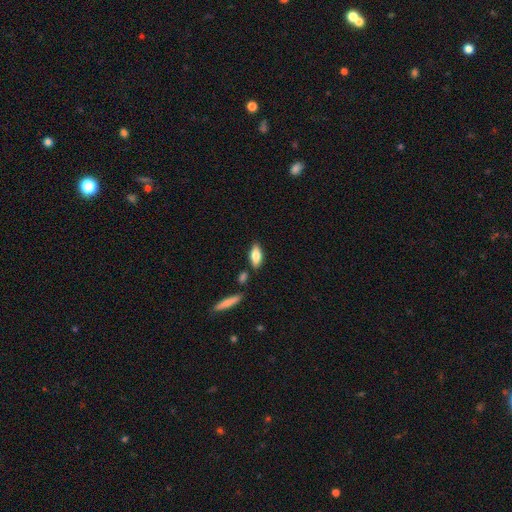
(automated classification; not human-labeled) Overall: smooth (75%). How rounded: in between (76%). Merging: none (79%).